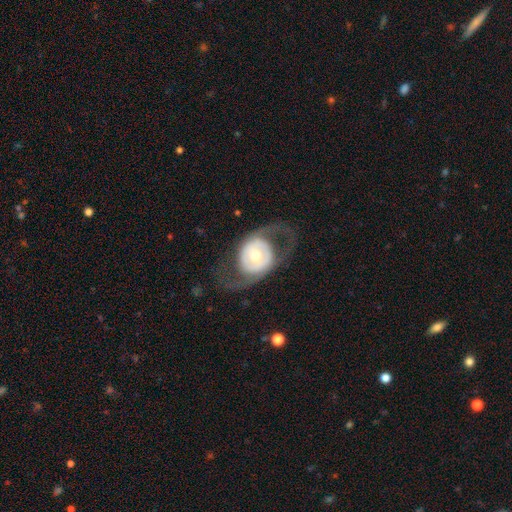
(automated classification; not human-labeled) Overall: featured or disk (70%). Edge-on disk: no (93%). Bar: no (76%). Spiral arms: no (54%; yes 46%). Bulge size: moderate (65%). Merging: none (64%).